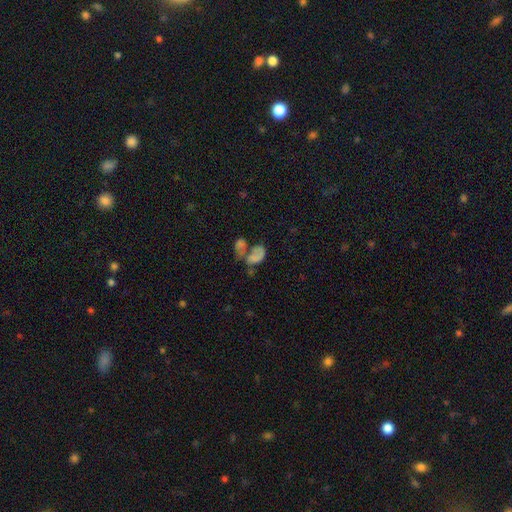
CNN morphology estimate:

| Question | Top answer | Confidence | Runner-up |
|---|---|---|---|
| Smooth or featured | smooth | 55% | featured or disk (31%) |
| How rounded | in between | 82% | round (16%) |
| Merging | merger | 57% | major disturbance (19%) |